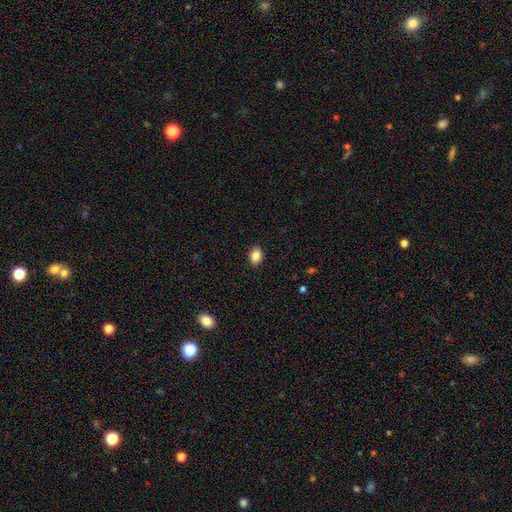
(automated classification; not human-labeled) This is clearly a smooth galaxy (86%). How rounded: likely in between (74%). Merging: clearly none (90%).